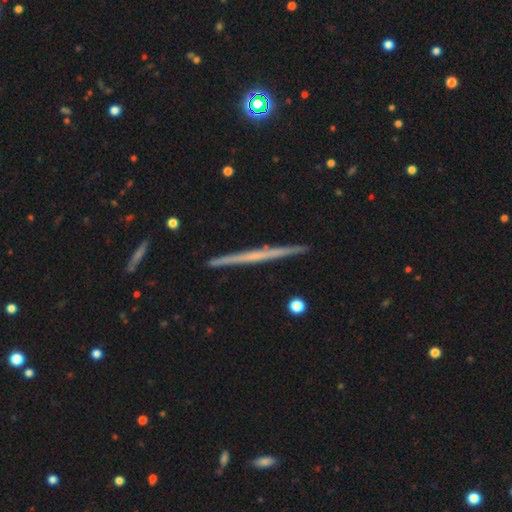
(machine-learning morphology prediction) featured or disk 66%, smooth 27%, star or artifact 6%. Down the decision tree: edge-on disk — yes (98%); edge-on bulge — none (81%); merging — none (92%).